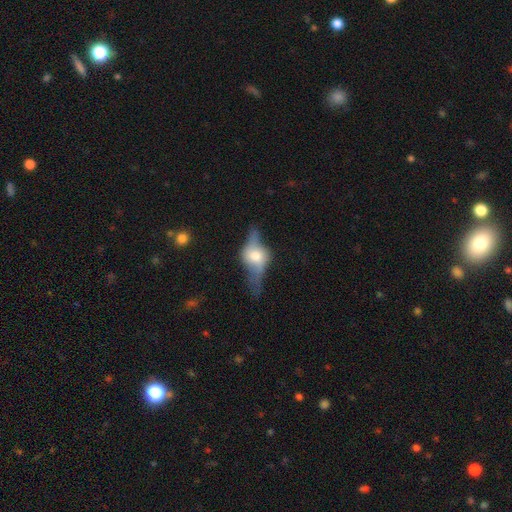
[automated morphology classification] Smooth or featured? Predicted: featured or disk (p=0.69). Edge-on disk? Predicted: yes (p=0.80). Edge-on bulge? Predicted: rounded (p=0.91). Merging? Predicted: none (p=0.50).